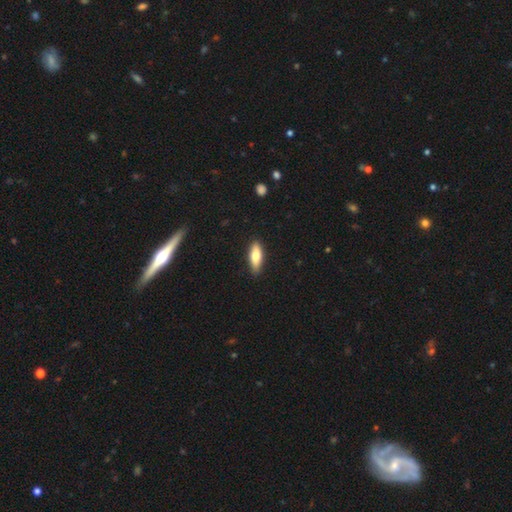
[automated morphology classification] smooth-or-featured: smooth: 73% | featured or disk: 21% | star or artifact: 6%
  how-rounded: in between: 61% | cigar-shaped: 37% | round: 2%
  merging: none: 86% | minor disturbance: 11% | major disturbance: 2% | merger: 1%